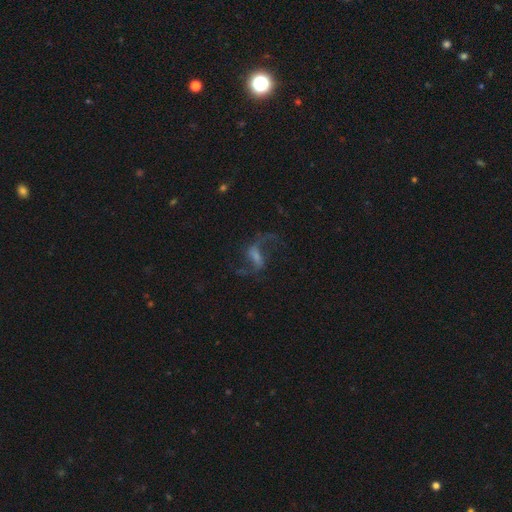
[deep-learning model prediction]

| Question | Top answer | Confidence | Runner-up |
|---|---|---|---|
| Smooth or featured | featured or disk | 77% | star or artifact (12%) |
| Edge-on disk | no | 95% | yes (5%) |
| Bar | weak | 45% | strong (38%) |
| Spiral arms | yes | 92% | no (8%) |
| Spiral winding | loose | 79% | medium (18%) |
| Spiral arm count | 2 | 90% | 1 (4%) |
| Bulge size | small | 40% | none (28%) |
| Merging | none | 65% | major disturbance (18%) |